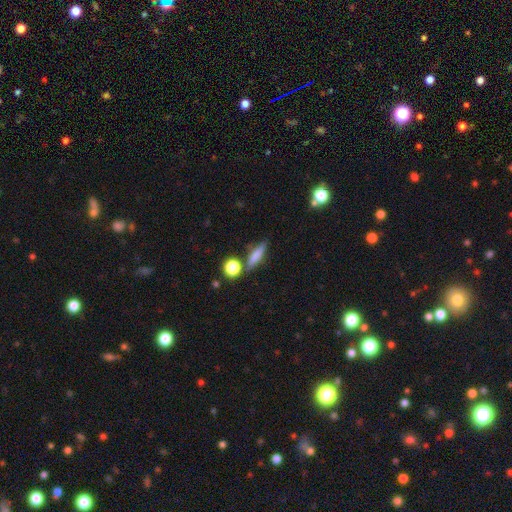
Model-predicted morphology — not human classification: A smooth galaxy with no disk features (69%) that is cigar-shaped (62%).

Vote fractions:
- Smooth or featured? smooth: 69% / featured or disk: 21% / star or artifact: 10%
- How rounded? cigar-shaped: 62% / in between: 29% / round: 9%
- Merging? none: 70% / minor disturbance: 15% / merger: 10% / major disturbance: 5%